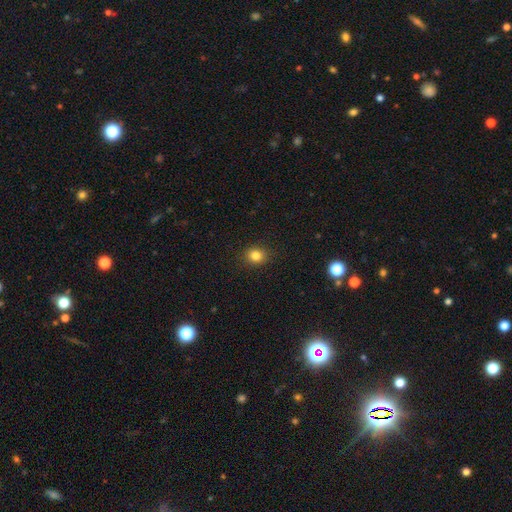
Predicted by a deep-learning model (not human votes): A smooth galaxy with no disk features (83%) that is round (74%). Merging: none (90%).